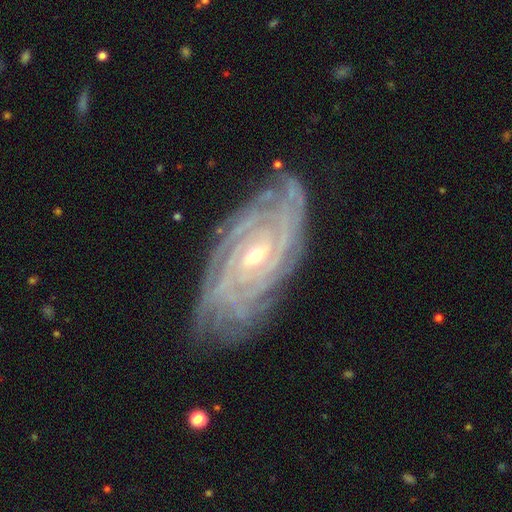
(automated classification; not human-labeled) Smooth or featured?
  - featured or disk: 90% *
  - star or artifact: 5%
  - smooth: 5%
Edge-on disk?
  - no: 95% *
  - yes: 5%
Bar?
  - no: 47% *
  - weak: 37%
  - strong: 17%
Spiral arms?
  - yes: 98% *
  - no: 2%
Spiral winding?
  - tight: 83% *
  - medium: 15%
  - loose: 3%
Spiral arm count?
  - can't tell: 27% *
  - 4: 22%
  - more than 4: 18%
  - 3: 14%
  - 2: 12%
  - 1: 7%
Bulge size?
  - small: 62% *
  - moderate: 35%
  - large: 1%
  - none: 1%
  - dominant: 1%
Merging?
  - none: 79% *
  - minor disturbance: 15%
  - major disturbance: 4%
  - merger: 1%